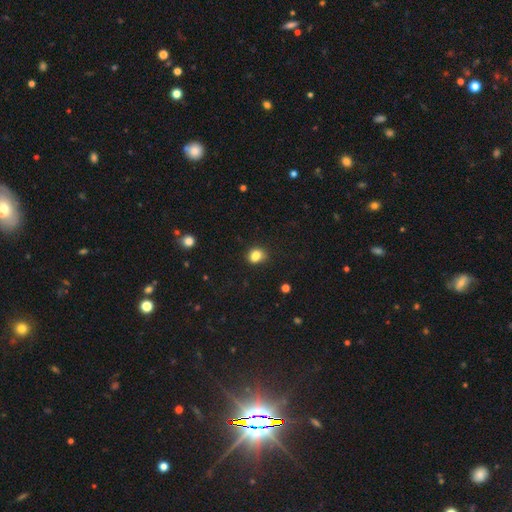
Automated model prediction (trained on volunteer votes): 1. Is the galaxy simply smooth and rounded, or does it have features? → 83% smooth, 11% star or artifact, 6% featured or disk.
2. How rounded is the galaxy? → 59% round, 40% in between, 1% cigar-shaped.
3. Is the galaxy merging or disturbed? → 75% none, 18% minor disturbance, 4% major disturbance, 4% merger.